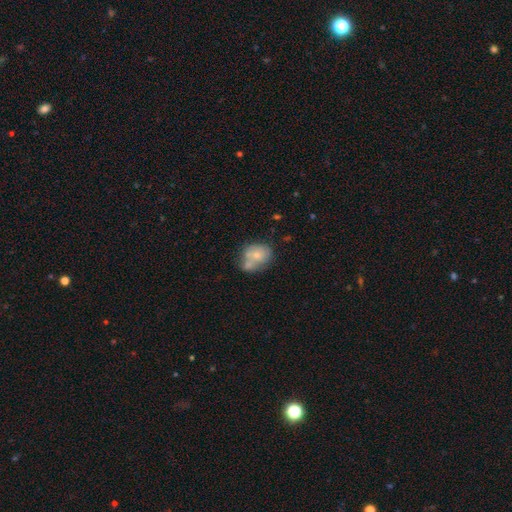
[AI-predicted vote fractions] This is likely a smooth galaxy (63%). How rounded: possibly round (51%). Merging: marginally merger (45%).